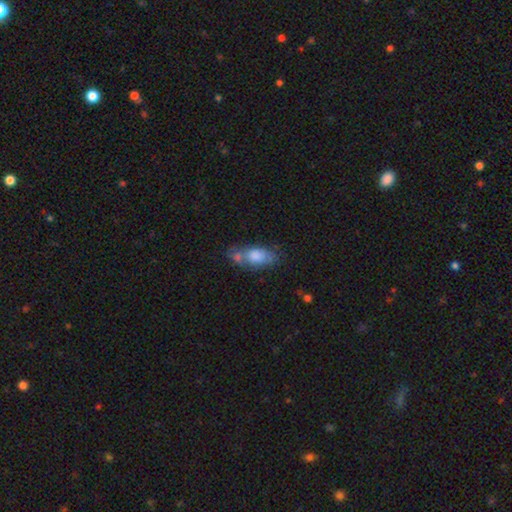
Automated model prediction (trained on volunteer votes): A smooth galaxy with no disk features (70%) that is in between round and cigar-shaped (83%). Merging: none (41%).